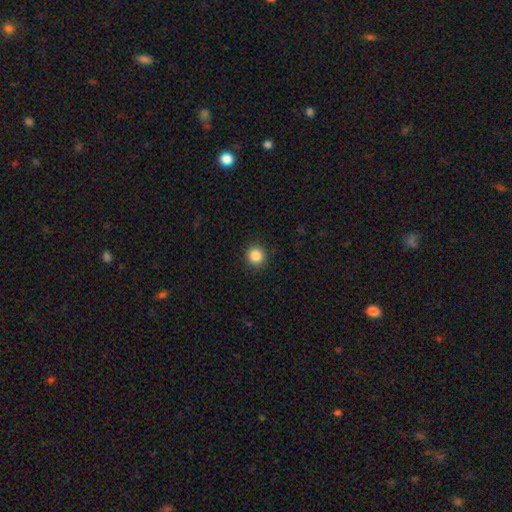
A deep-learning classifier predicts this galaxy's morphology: Q: Smooth or featured?
A: smooth (86%); runner-up: star or artifact (10%)
Q: How rounded?
A: round (93%); runner-up: in between (6%)
Q: Merging?
A: none (92%); runner-up: minor disturbance (6%)